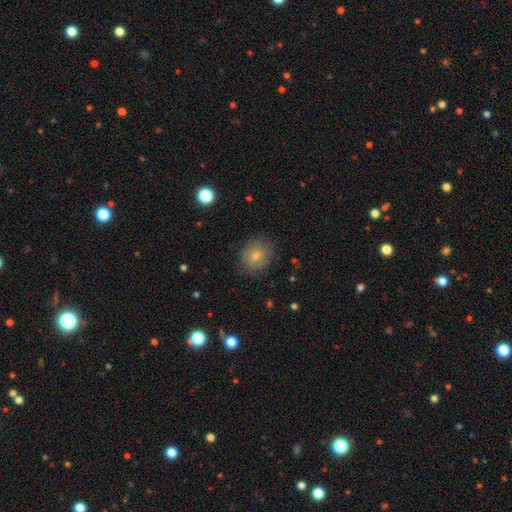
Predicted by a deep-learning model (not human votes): Morphology: type=smooth (68%); roundness=round (76%); merging=none (85%).